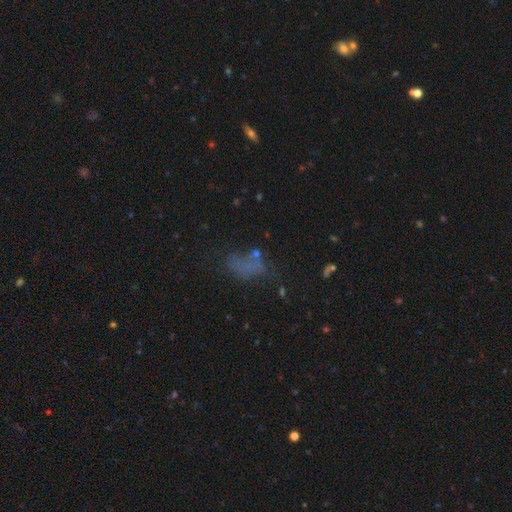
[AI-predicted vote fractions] This is possibly a smooth galaxy (52%). How rounded: clearly in between (83%). Merging: marginally none (42%).